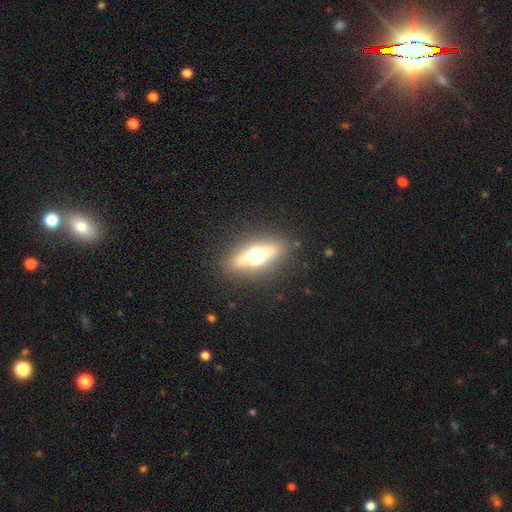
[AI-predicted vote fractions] Q: Smooth or featured?
A: featured or disk (50%); runner-up: smooth (38%)
Q: Merging?
A: none (88%); runner-up: minor disturbance (8%)